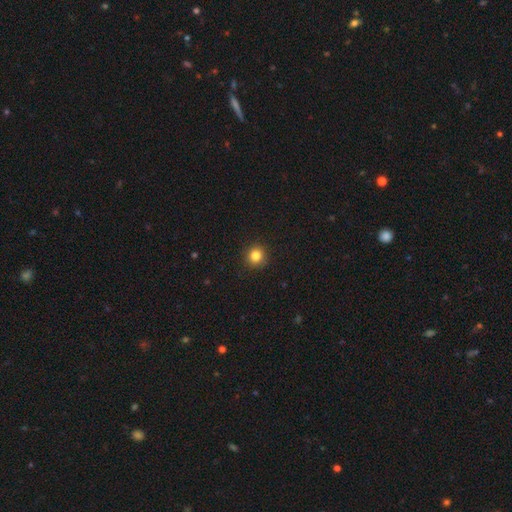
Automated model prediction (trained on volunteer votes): Smooth or featured? Predicted: smooth (p=0.83). How rounded? Predicted: round (p=0.92). Merging? Predicted: none (p=0.91).